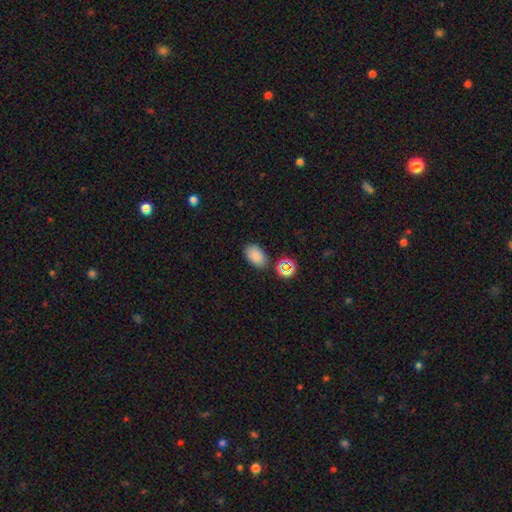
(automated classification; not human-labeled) This appears to be a smooth galaxy with no disk features (82%) that is in between round and cigar-shaped (89%). Merging: none (81%).